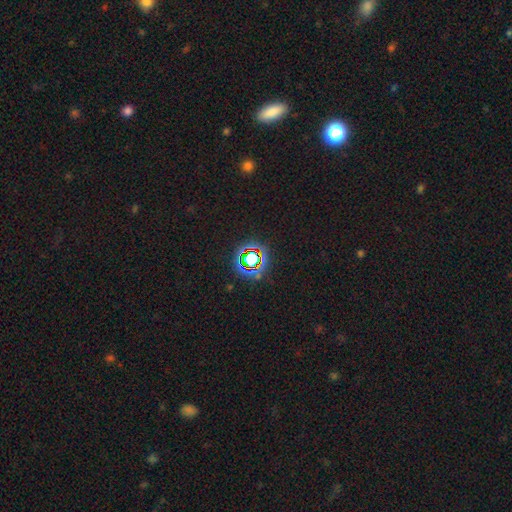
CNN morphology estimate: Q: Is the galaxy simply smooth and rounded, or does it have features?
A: star or artifact — 71%.